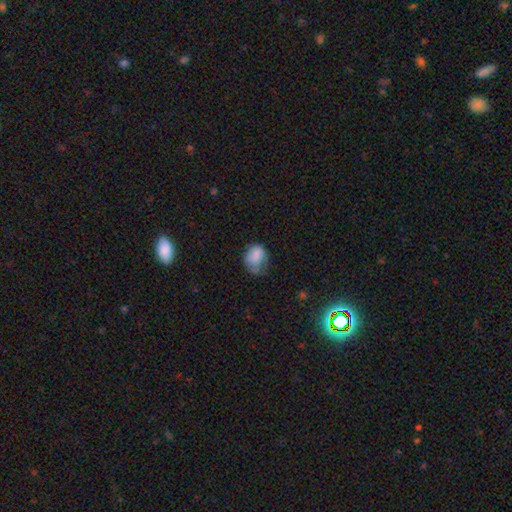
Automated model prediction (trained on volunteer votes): Smooth or featured? smooth (78%)
How rounded? in between (58%)
Merging? minor disturbance (39%)